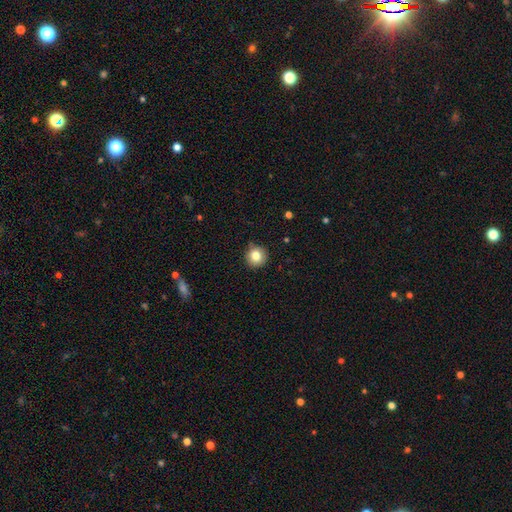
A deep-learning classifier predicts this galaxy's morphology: A smooth galaxy with no disk features (82%) that is round (94%).

Vote fractions:
- Smooth or featured? smooth: 82% / star or artifact: 10% / featured or disk: 8%
- How rounded? round: 94% / in between: 5% / cigar-shaped: 1%
- Merging? none: 86% / minor disturbance: 11% / major disturbance: 2% / merger: 1%